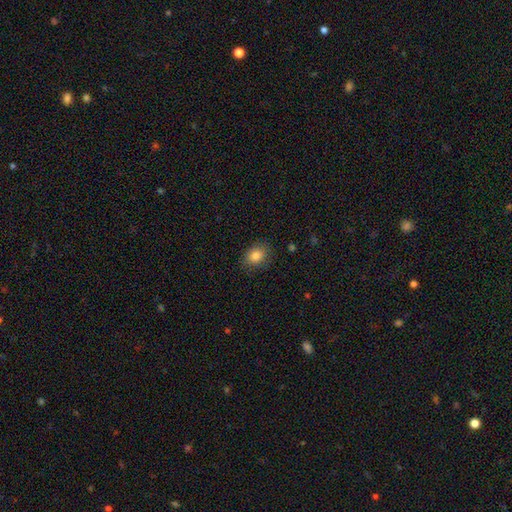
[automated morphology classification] A smooth galaxy with no disk features (84%) that is in between round and cigar-shaped (61%).

Vote fractions:
- Smooth or featured? smooth: 84% / star or artifact: 9% / featured or disk: 7%
- How rounded? in between: 61% / round: 38% / cigar-shaped: 1%
- Merging? none: 83% / minor disturbance: 13% / major disturbance: 3% / merger: 1%